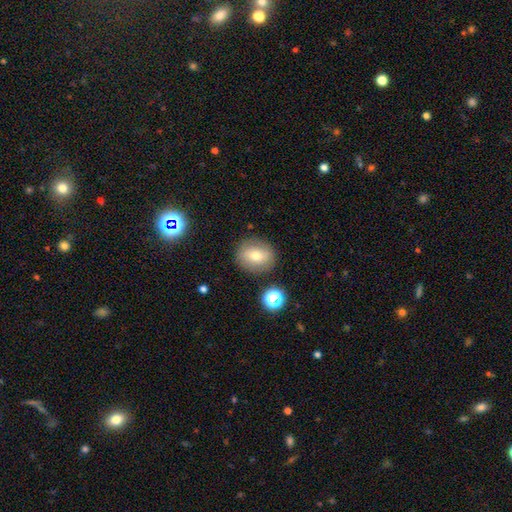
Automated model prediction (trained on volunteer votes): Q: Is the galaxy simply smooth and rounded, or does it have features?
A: smooth — 69%.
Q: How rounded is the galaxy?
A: round — 65%.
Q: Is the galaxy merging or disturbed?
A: none — 83%.